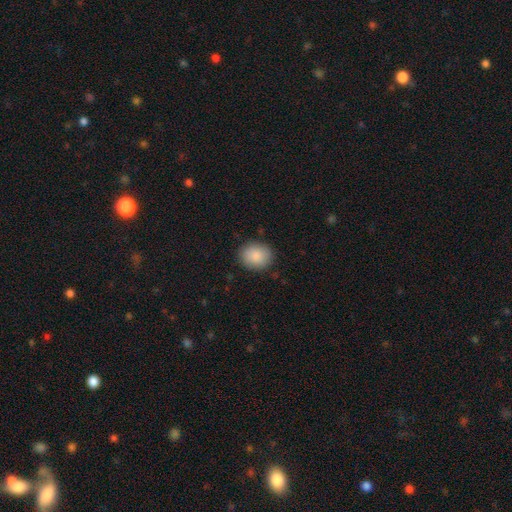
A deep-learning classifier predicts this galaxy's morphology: Overall: smooth (88%). How rounded: round (64%; in between 35%). Merging: none (87%).